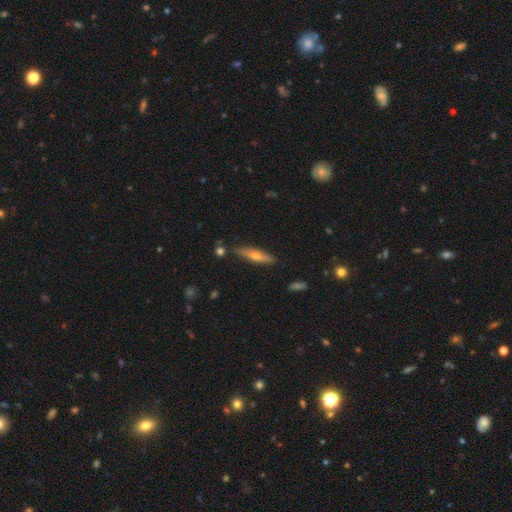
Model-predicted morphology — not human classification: type=featured or disk (54%); edge-on=yes (92%); merging=none (86%).